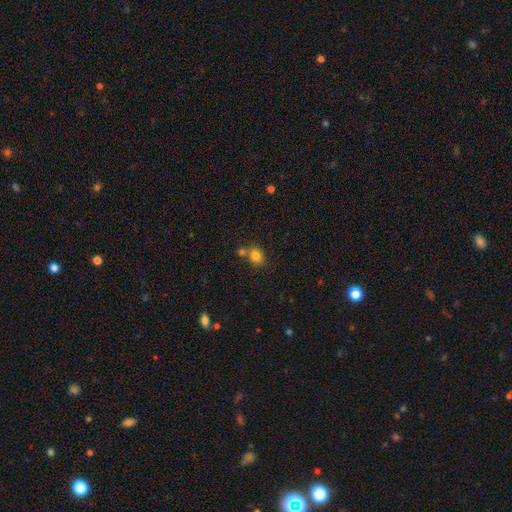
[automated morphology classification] A smooth galaxy with no disk features (81%) that is round (52%).

Vote fractions:
- Smooth or featured? smooth: 81% / star or artifact: 12% / featured or disk: 7%
- How rounded? round: 52% / in between: 46% / cigar-shaped: 1%
- Merging? none: 56% / merger: 28% / minor disturbance: 12% / major disturbance: 4%